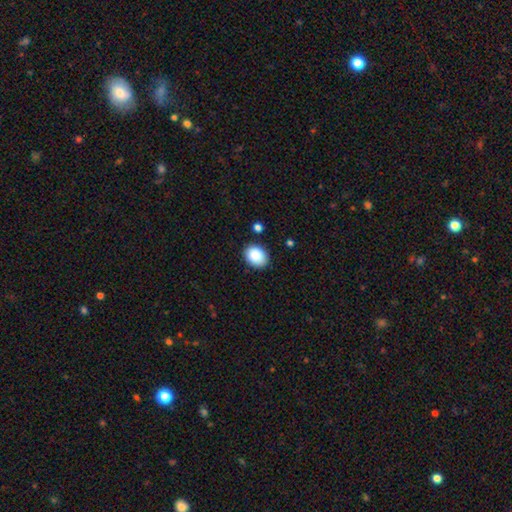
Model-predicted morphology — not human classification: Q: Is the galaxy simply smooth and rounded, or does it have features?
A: smooth — 89%.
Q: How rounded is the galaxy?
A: in between — 58%.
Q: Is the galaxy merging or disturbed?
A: none — 85%.